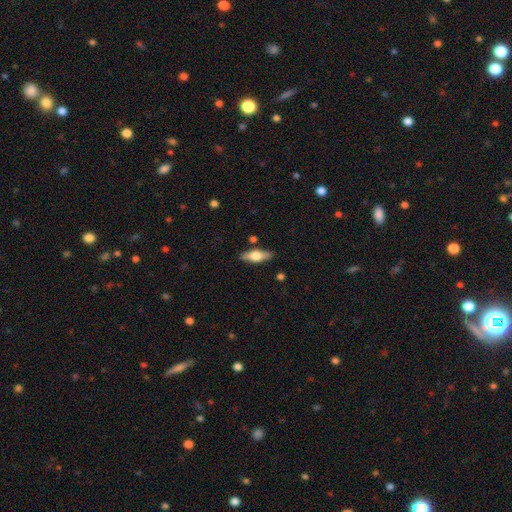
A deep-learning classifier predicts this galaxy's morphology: A smooth galaxy with no disk features (52%) that is in between round and cigar-shaped (60%). Merging: none (85%).